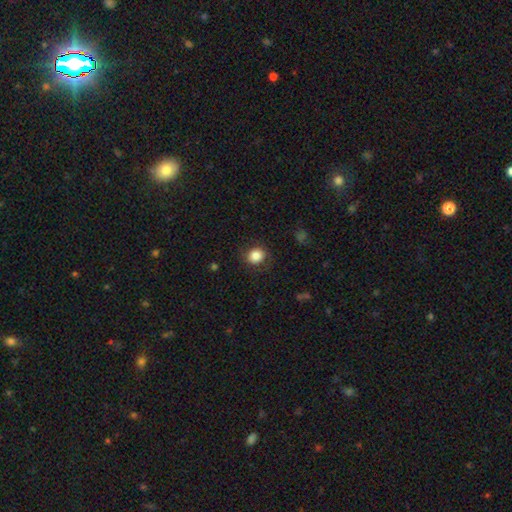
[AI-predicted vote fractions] Smooth or featured? Predicted: smooth (p=0.85). How rounded? Predicted: round (p=0.77). Merging? Predicted: none (p=0.81).